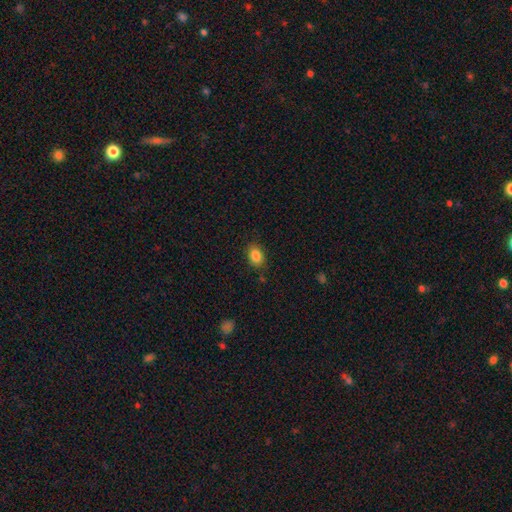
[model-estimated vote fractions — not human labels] Smooth or featured? Predicted: smooth (p=0.86). How rounded? Predicted: in between (p=0.75). Merging? Predicted: none (p=0.83).